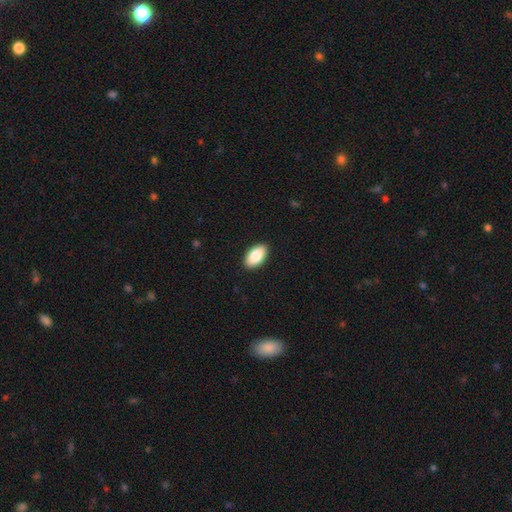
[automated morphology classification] Smooth or featured: smooth — 86% (featured or disk — 8%)
How rounded: in between — 95% (round — 3%)
Merging: none — 90% (minor disturbance — 7%)